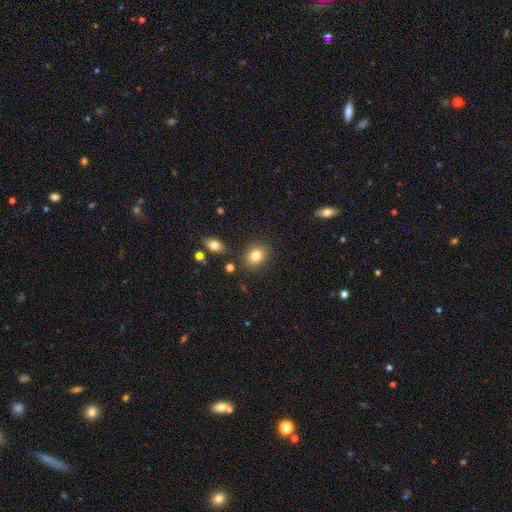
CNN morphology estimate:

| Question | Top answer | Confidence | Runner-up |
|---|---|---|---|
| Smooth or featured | smooth | 82% | star or artifact (10%) |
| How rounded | round | 54% | in between (45%) |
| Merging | none | 83% | minor disturbance (10%) |